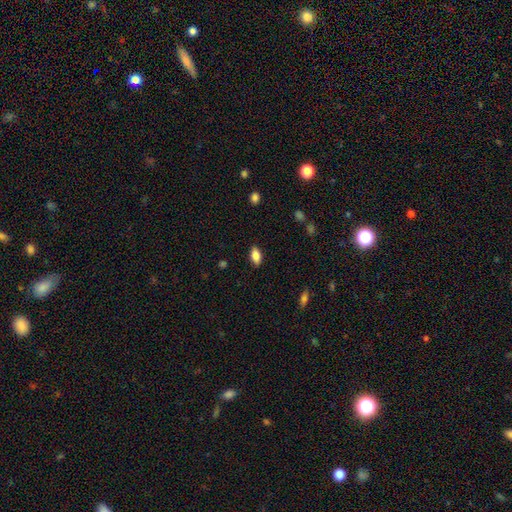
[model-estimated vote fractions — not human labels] The model was most divided on "smooth or featured": smooth: 82%, featured or disk: 10%, star or artifact: 8%. More confident: how rounded — in between (90%); merging — none (87%).